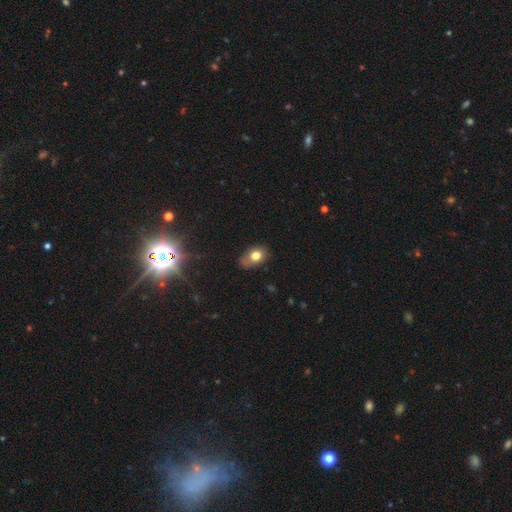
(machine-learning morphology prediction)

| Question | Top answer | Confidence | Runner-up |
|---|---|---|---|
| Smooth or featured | smooth | 73% | featured or disk (16%) |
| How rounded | in between | 79% | round (19%) |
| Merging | none | 62% | minor disturbance (28%) |